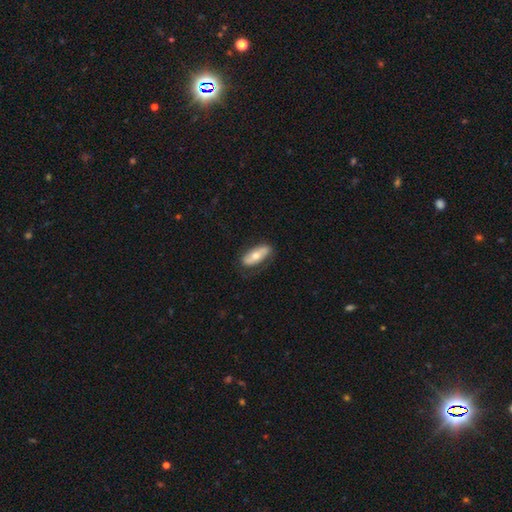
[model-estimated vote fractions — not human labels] smooth 56%, featured or disk 38%, star or artifact 6%. Down the decision tree: how rounded — in between (76%); merging — none (76%).